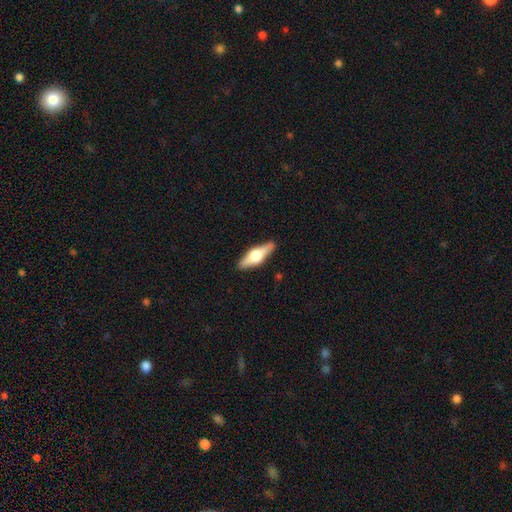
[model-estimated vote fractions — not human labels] This is likely a featured or disk galaxy (61%). It is clearly viewed edge-on (95%). Edge-on bulge: clearly rounded (93%). Merging: clearly none (89%).